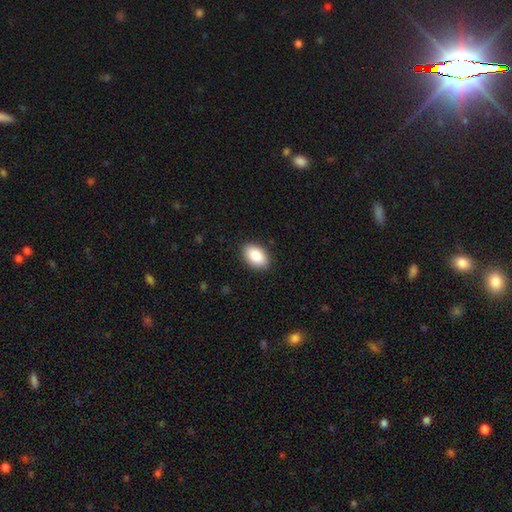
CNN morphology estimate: A smooth galaxy with no disk features (87%) that is in between round and cigar-shaped (92%). Merging: none (89%).